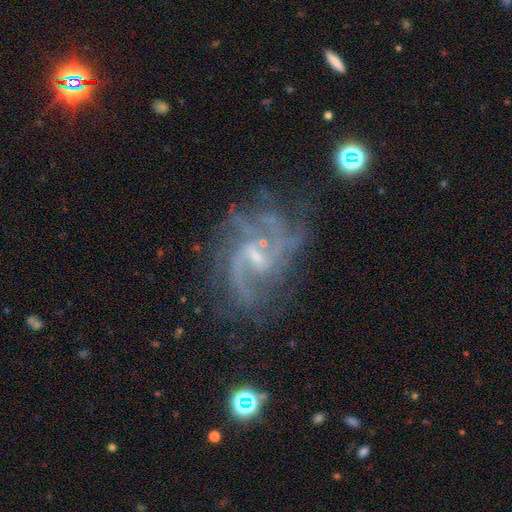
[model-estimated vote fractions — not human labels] Smooth or featured? featured or disk (86%)
Edge-on disk? no (97%)
Bar? weak (56%)
Spiral arms? yes (94%)
Spiral winding? medium (47%)
Spiral arm count? 2 (35%)
Bulge size? small (62%)
Merging? none (60%)